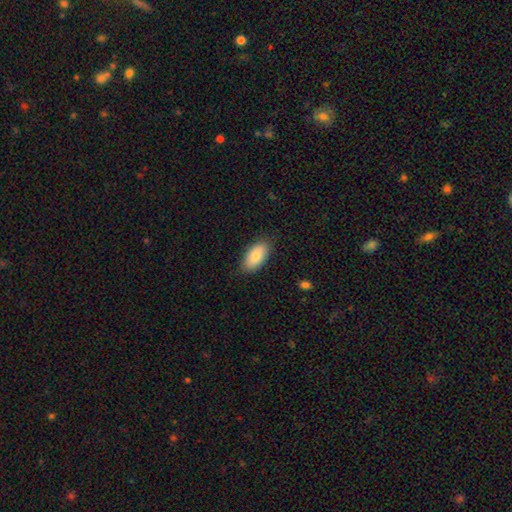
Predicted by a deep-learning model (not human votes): smooth-or-featured: smooth: 83% | featured or disk: 11% | star or artifact: 6%
  how-rounded: in between: 93% | cigar-shaped: 4% | round: 3%
  merging: none: 84% | minor disturbance: 12% | major disturbance: 2% | merger: 1%